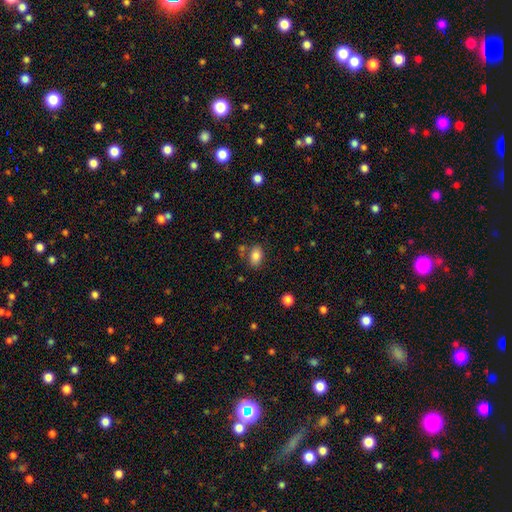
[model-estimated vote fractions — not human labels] This is clearly a smooth galaxy (83%). How rounded: clearly in between (85%). Merging: likely none (74%).